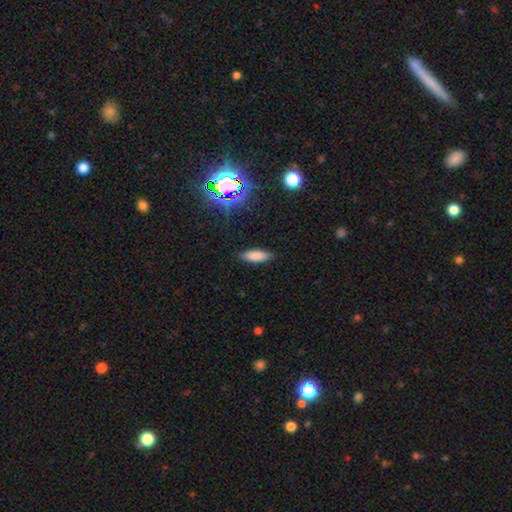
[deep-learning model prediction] smooth_or_featured: smooth (p=0.81) [alt: star or artifact p=0.11]
how_rounded: in between (p=0.67) [alt: cigar-shaped p=0.31]
merging: none (p=0.85) [alt: minor disturbance p=0.11]